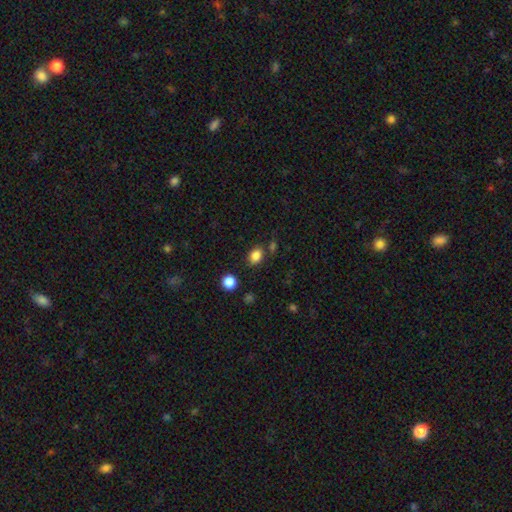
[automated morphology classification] This is clearly a smooth galaxy (84%). How rounded: likely in between (62%). Merging: likely none (77%).